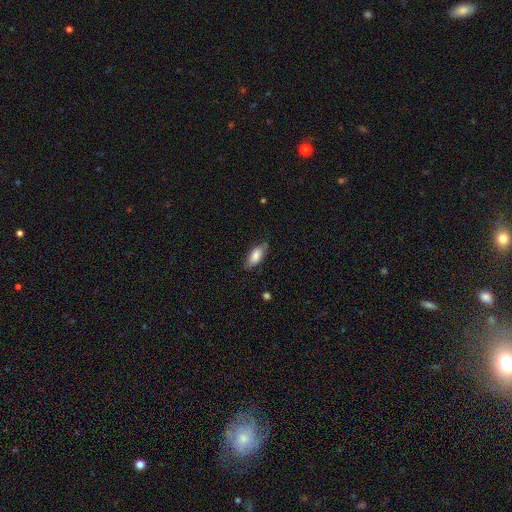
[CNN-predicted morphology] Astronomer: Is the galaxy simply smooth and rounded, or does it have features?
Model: smooth — 77%.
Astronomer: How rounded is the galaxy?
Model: in between — 83%.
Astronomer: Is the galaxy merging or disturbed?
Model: none — 69%.